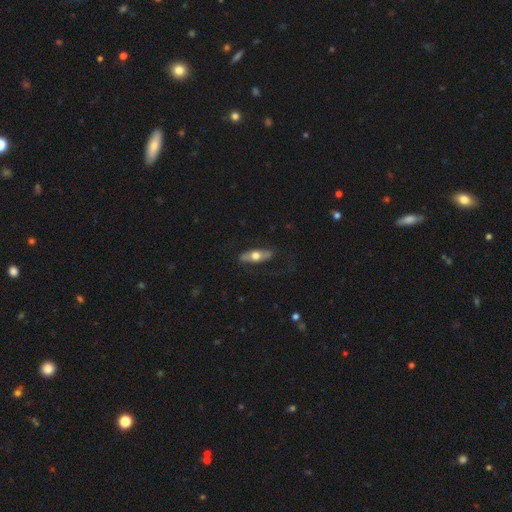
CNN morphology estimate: Smooth or featured? Predicted: smooth (p=0.51). How rounded? Predicted: in between (p=0.64). Merging? Predicted: none (p=0.79).